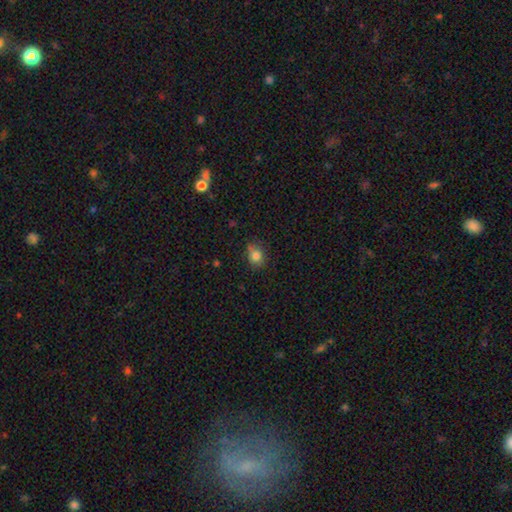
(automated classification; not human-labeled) A smooth galaxy with no disk features (82%) that is round (58%).

Vote fractions:
- Smooth or featured? smooth: 82% / star or artifact: 11% / featured or disk: 7%
- How rounded? round: 58% / in between: 40% / cigar-shaped: 1%
- Merging? none: 69% / minor disturbance: 24% / major disturbance: 5% / merger: 3%